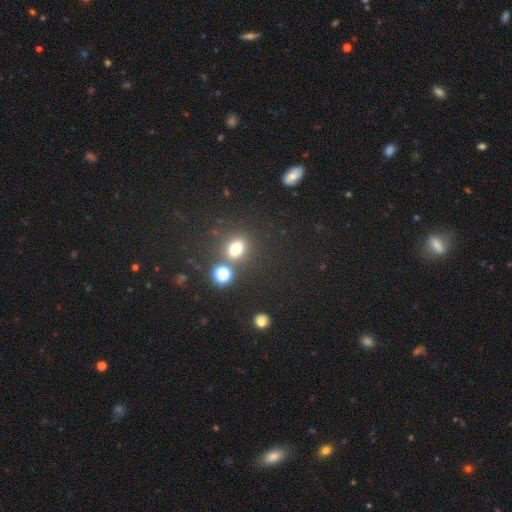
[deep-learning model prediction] This is possibly a smooth galaxy (47%). Merging: likely none (76%).